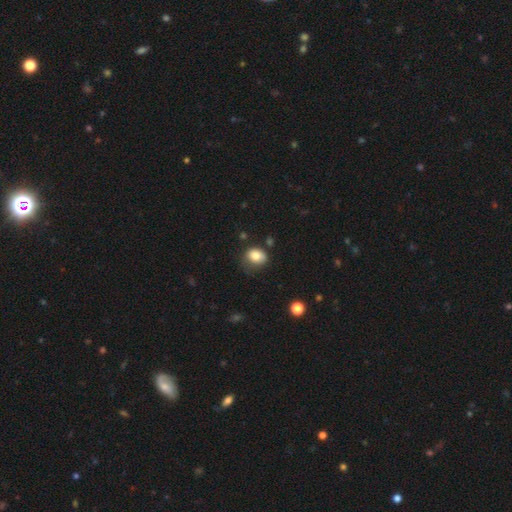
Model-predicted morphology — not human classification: smooth 81%, star or artifact 10%, featured or disk 9%. Down the decision tree: how rounded — in between (53%); merging — none (53%).